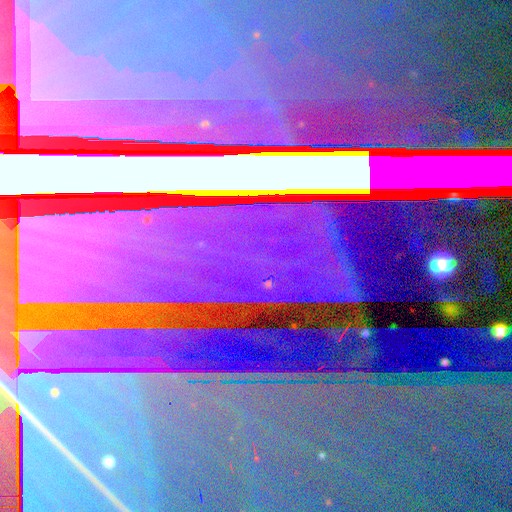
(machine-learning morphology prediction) Overall: star or artifact (75%).